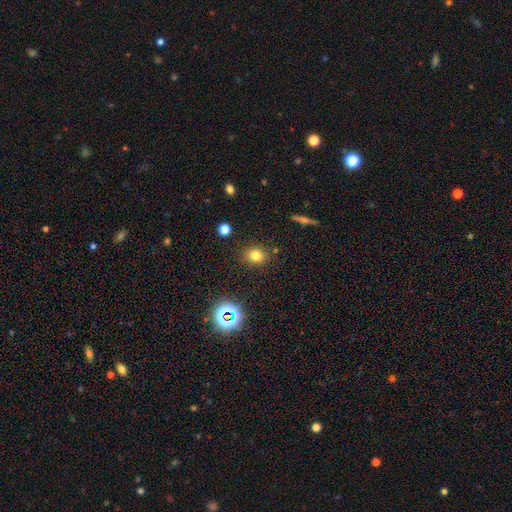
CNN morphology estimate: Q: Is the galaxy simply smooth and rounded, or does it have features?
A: smooth — 76%.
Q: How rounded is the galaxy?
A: round — 65%.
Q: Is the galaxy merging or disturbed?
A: none — 86%.